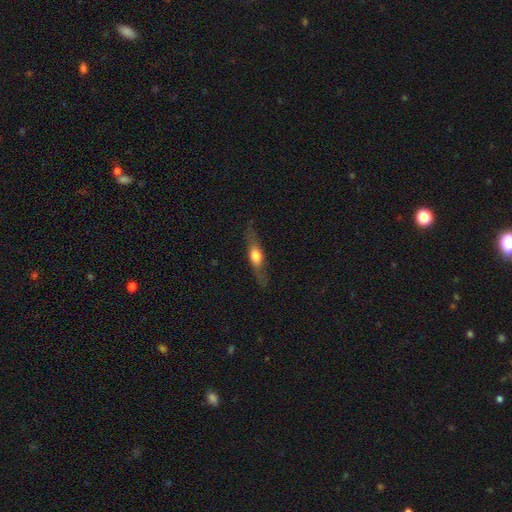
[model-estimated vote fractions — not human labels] smooth-or-featured: featured or disk: 53% | smooth: 41% | star or artifact: 6%
  disk-edge-on: yes: 81% | no: 19%
  merging: none: 78% | minor disturbance: 15% | major disturbance: 6% | merger: 1%